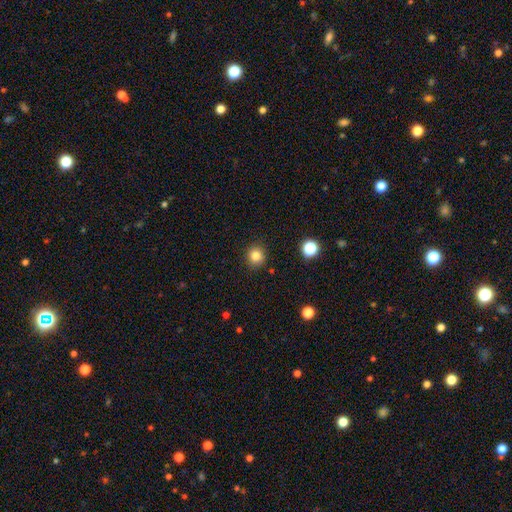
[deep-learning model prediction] Smooth or featured?
  - smooth: 83% *
  - star or artifact: 12%
  - featured or disk: 5%
How rounded?
  - round: 91% *
  - in between: 8%
  - cigar-shaped: 1%
Merging?
  - none: 91% *
  - minor disturbance: 6%
  - major disturbance: 2%
  - merger: 1%